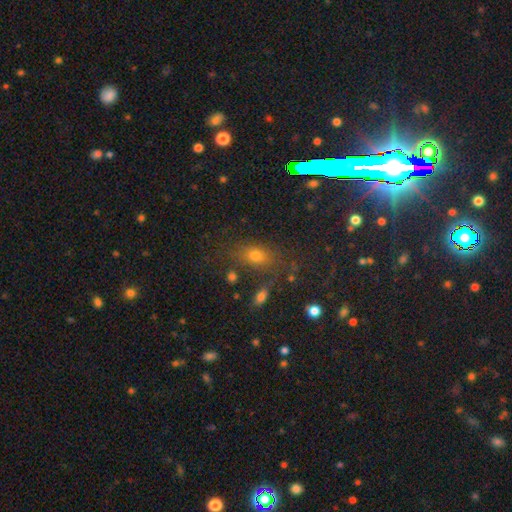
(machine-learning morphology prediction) Smooth or featured: smooth — 66% (star or artifact — 23%)
How rounded: in between — 66% (round — 30%)
Merging: none — 72% (minor disturbance — 14%)